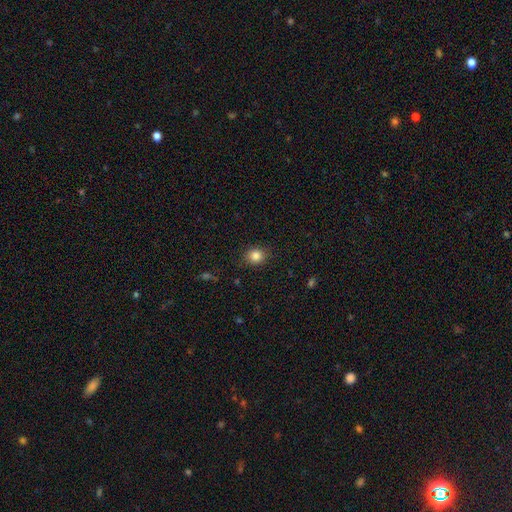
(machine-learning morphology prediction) A smooth galaxy with no disk features (84%) that is round (75%).

Vote fractions:
- Smooth or featured? smooth: 84% / star or artifact: 11% / featured or disk: 5%
- How rounded? round: 75% / in between: 24% / cigar-shaped: 1%
- Merging? none: 87% / minor disturbance: 9% / major disturbance: 3% / merger: 1%